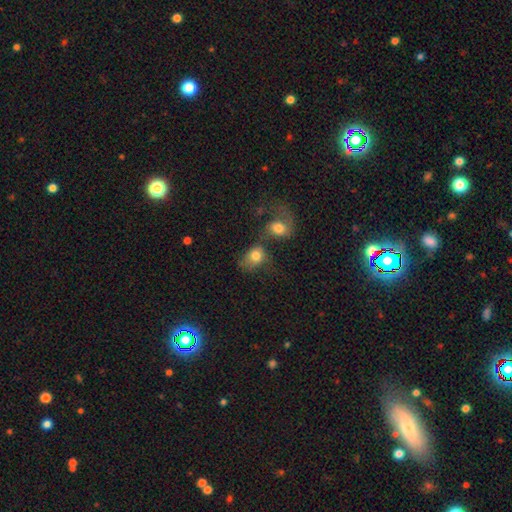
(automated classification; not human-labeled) Smooth or featured? Predicted: smooth (p=0.75). How rounded? Predicted: round (p=0.50). Merging? Predicted: merger (p=0.51).